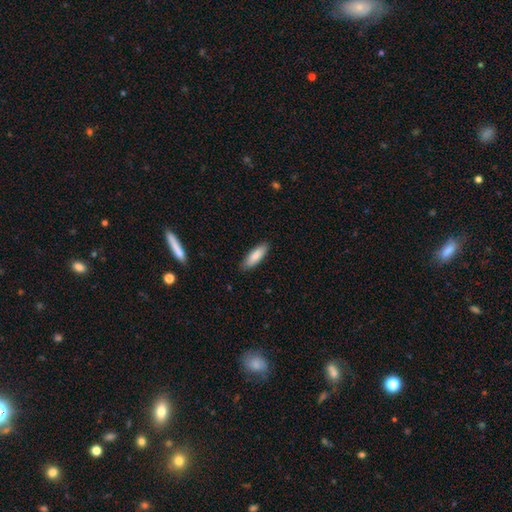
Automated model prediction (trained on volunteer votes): This is clearly a smooth galaxy (86%). How rounded: possibly in between (52%). Merging: clearly none (87%).